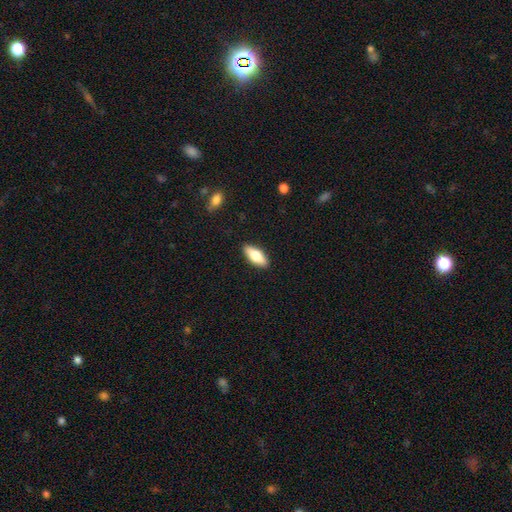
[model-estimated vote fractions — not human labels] This is likely a smooth galaxy (69%). How rounded: likely in between (74%). Merging: clearly none (89%).